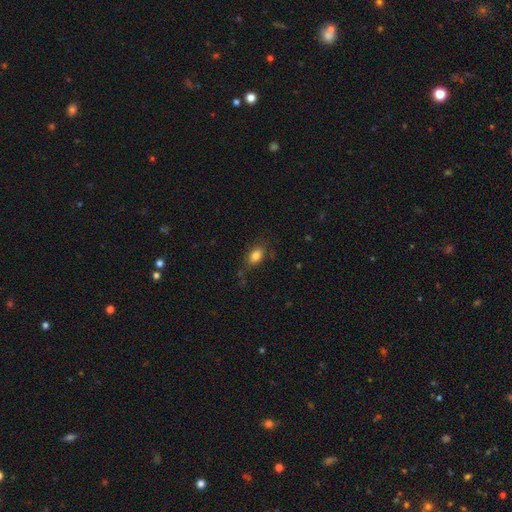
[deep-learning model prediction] smooth_or_featured: smooth (p=0.82) [alt: star or artifact p=0.09]
how_rounded: in between (p=0.84) [alt: round p=0.14]
merging: none (p=0.73) [alt: minor disturbance p=0.18]